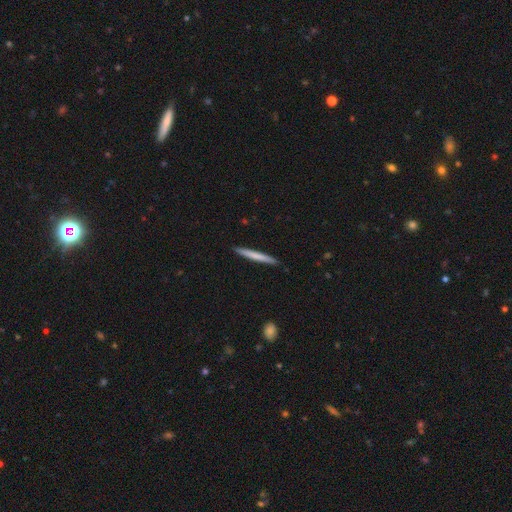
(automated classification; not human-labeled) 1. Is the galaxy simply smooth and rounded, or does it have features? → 66% smooth, 29% featured or disk, 5% star or artifact.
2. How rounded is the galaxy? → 97% cigar-shaped, 2% in between, 1% round.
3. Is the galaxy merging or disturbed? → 92% none, 6% minor disturbance, 1% major disturbance, 1% merger.